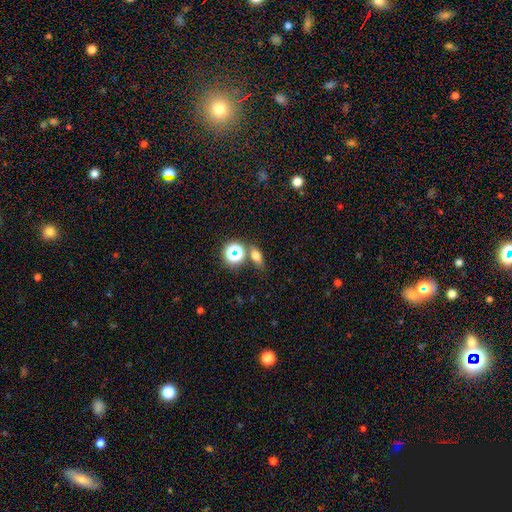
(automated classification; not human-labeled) Morphology: type=smooth (63%); roundness=in between (64%); merging=none (71%).